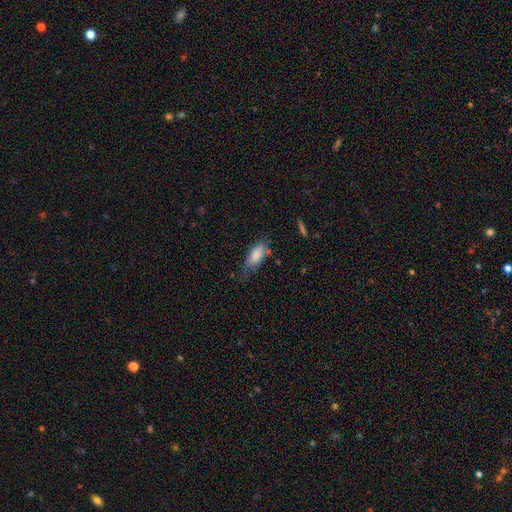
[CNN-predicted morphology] smooth-or-featured: smooth: 80% | featured or disk: 13% | star or artifact: 7%
  how-rounded: in between: 78% | cigar-shaped: 19% | round: 2%
  merging: none: 52% | minor disturbance: 32% | major disturbance: 12% | merger: 4%